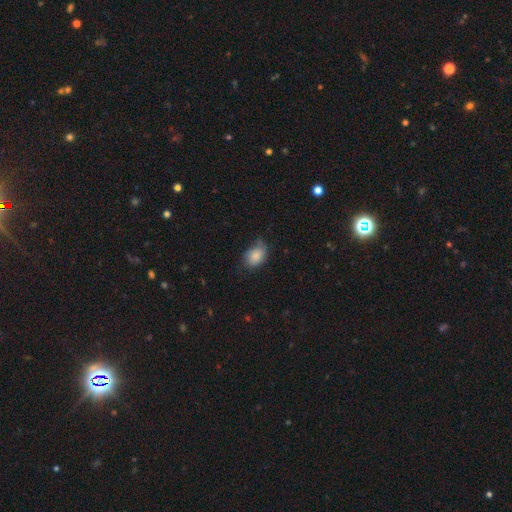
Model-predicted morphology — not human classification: A smooth galaxy with no disk features (80%) that is in between round and cigar-shaped (80%). Merging: none (51%).